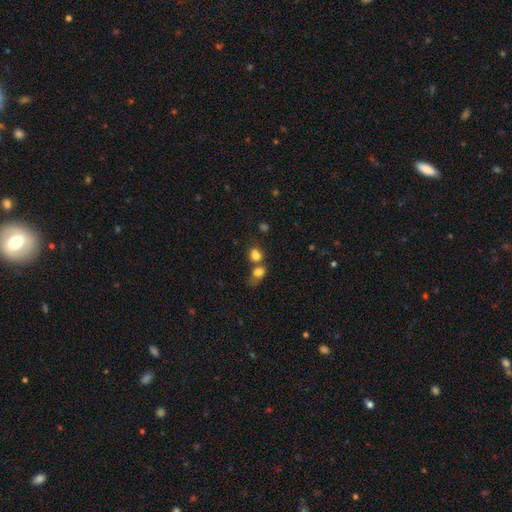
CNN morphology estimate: A smooth galaxy with no disk features (80%) that is in between round and cigar-shaped (56%).

Vote fractions:
- Smooth or featured? smooth: 80% / star or artifact: 11% / featured or disk: 9%
- How rounded? in between: 56% / round: 42% / cigar-shaped: 1%
- Merging? merger: 46% / none: 37% / minor disturbance: 11% / major disturbance: 6%